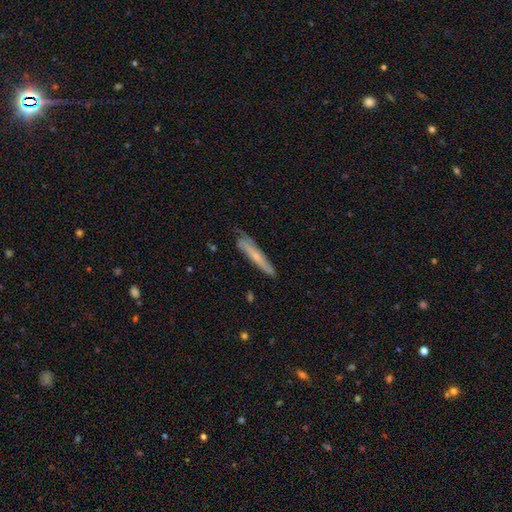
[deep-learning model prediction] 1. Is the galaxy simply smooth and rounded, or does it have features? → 48% featured or disk, 45% smooth, 6% star or artifact.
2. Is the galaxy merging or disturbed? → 65% none, 26% minor disturbance, 7% major disturbance, 2% merger.